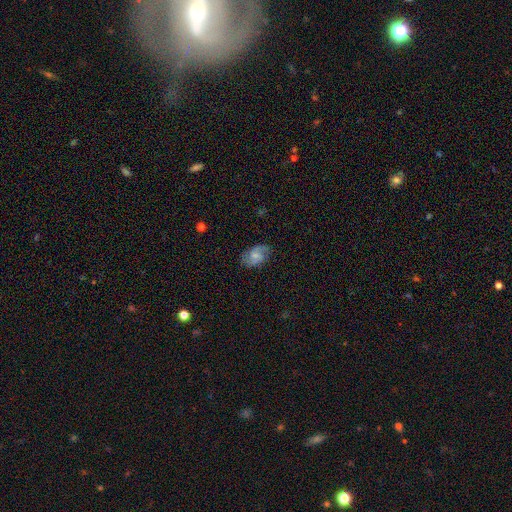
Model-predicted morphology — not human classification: Smooth or featured? featured or disk (67%)
Edge-on disk? no (97%)
Bar? weak (53%)
Spiral arms? yes (93%)
Spiral winding? medium (49%)
Spiral arm count? 2 (84%)
Bulge size? small (45%)
Merging? none (77%)